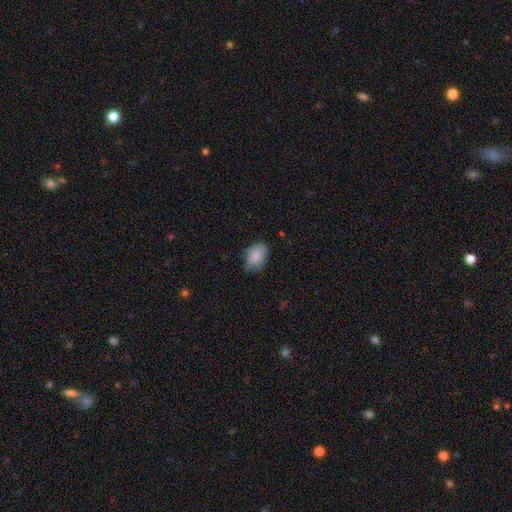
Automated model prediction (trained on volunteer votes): Overall: smooth (85%). How rounded: in between (82%). Merging: none (65%; minor disturbance 27%).